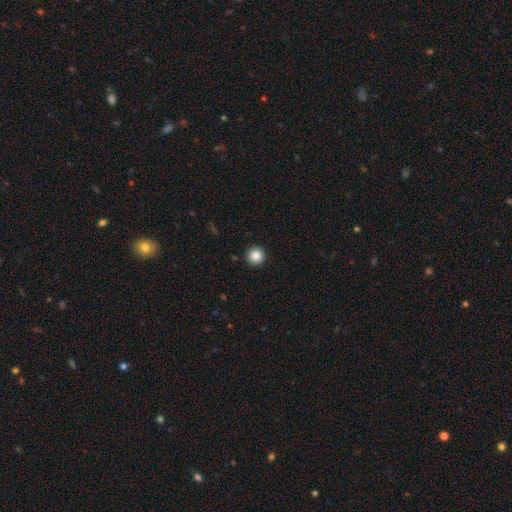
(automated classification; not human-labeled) smooth 86%, star or artifact 10%, featured or disk 4%. Down the decision tree: how rounded — round (96%); merging — none (93%).